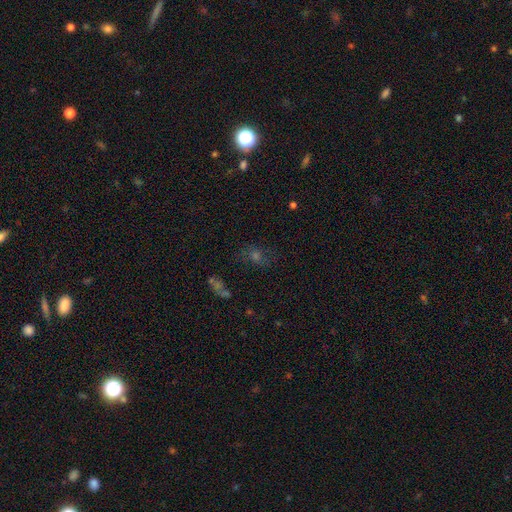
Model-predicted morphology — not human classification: Smooth or featured?
  - star or artifact: 39% *
  - smooth: 37%
  - featured or disk: 24%